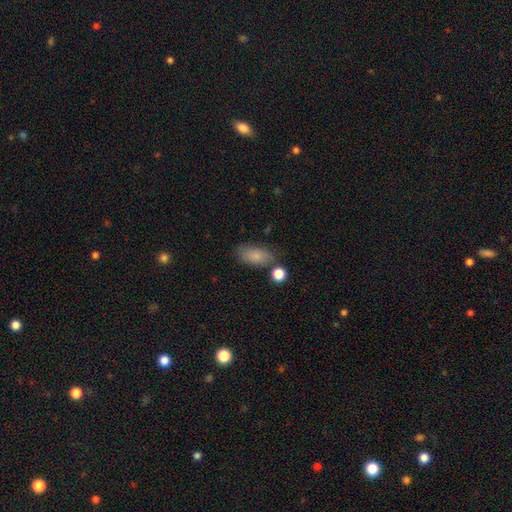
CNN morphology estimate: The model was most divided on "merging": none: 69%, minor disturbance: 18%, merger: 8%, major disturbance: 5%. More confident: how rounded — in between (90%); smooth or featured — smooth (82%).